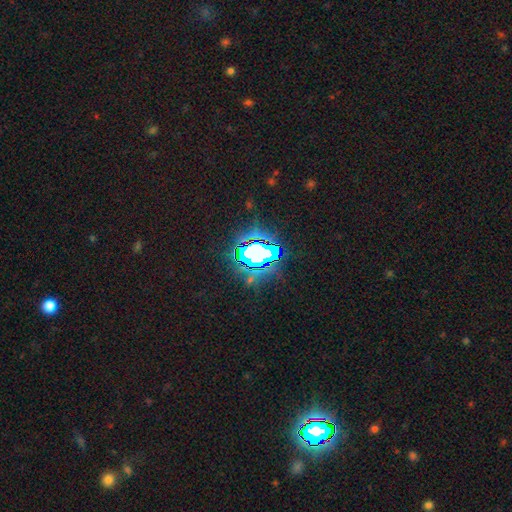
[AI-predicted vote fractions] This appears to be a star or artifact, not a galaxy (68%).